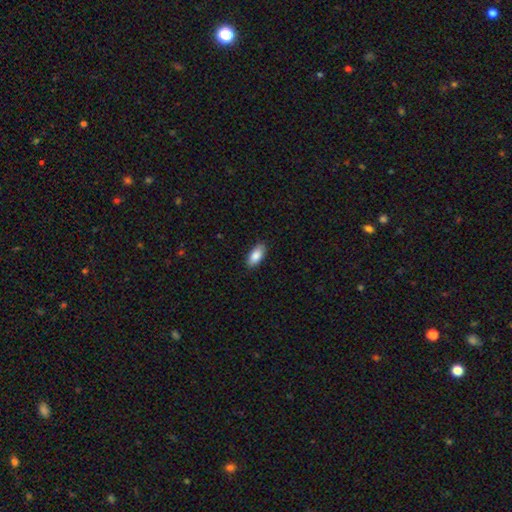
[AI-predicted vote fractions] smooth_or_featured: smooth (p=0.87) [alt: featured or disk p=0.06]
how_rounded: in between (p=0.91) [alt: cigar-shaped p=0.07]
merging: none (p=0.87) [alt: minor disturbance p=0.10]